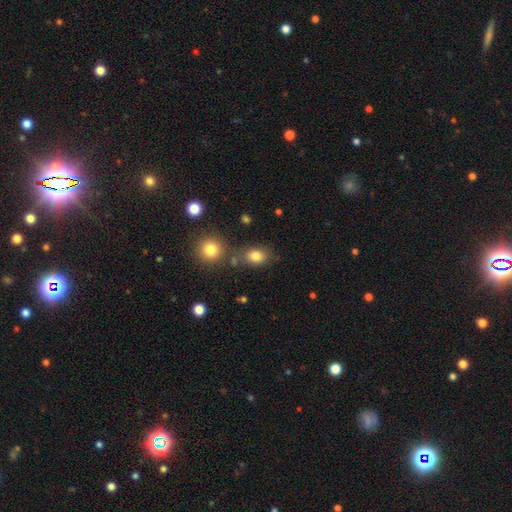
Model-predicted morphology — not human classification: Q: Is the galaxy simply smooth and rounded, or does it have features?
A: smooth — 81%.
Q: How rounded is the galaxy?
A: in between — 70%.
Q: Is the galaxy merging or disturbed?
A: none — 70%.